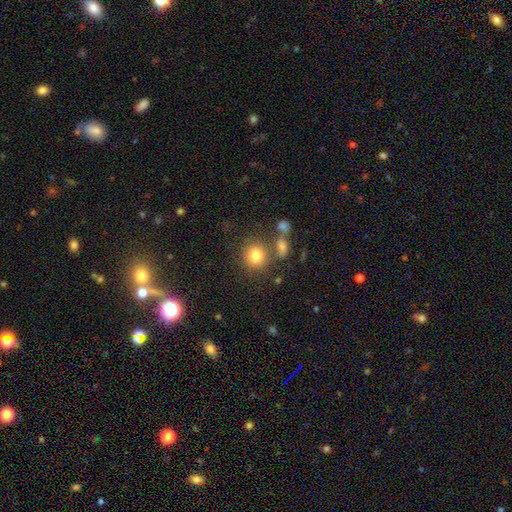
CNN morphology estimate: This is clearly a smooth galaxy (80%). How rounded: clearly round (87%). Merging: likely none (74%).